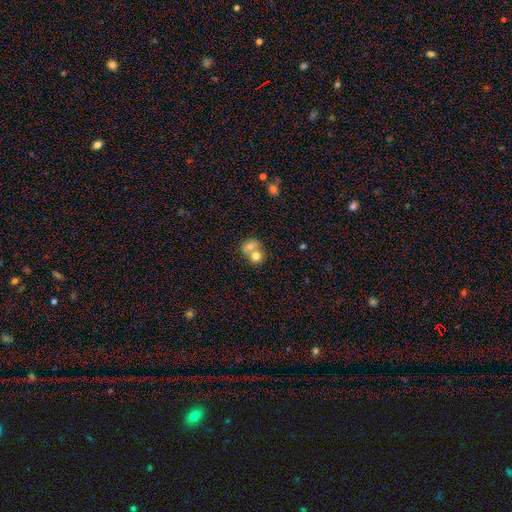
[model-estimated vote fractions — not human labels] Morphology: type=smooth (72%); roundness=round (67%); merging=merger (67%).